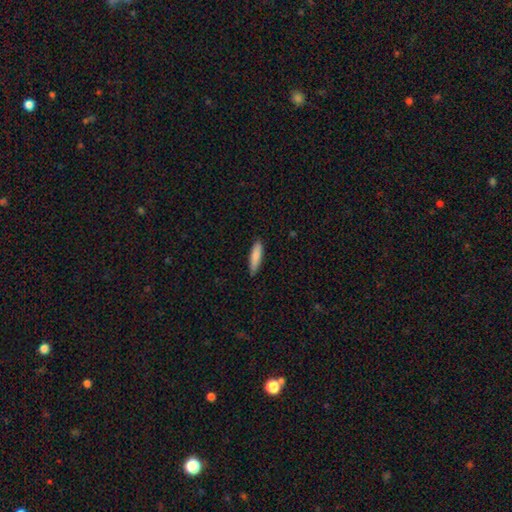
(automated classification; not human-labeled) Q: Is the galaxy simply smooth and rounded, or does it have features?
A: smooth — 85%.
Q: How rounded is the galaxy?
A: cigar-shaped — 72%.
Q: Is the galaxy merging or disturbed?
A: none — 85%.